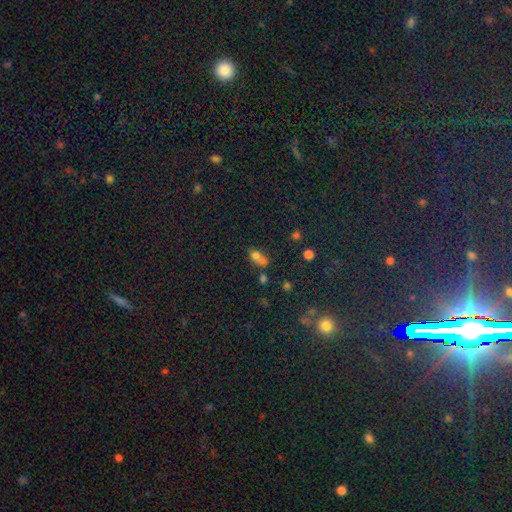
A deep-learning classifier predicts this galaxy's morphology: smooth-or-featured: smooth: 67% | featured or disk: 17% | star or artifact: 16%
  how-rounded: round: 52% | in between: 45% | cigar-shaped: 2%
  merging: merger: 59% | none: 27% | minor disturbance: 9% | major disturbance: 5%